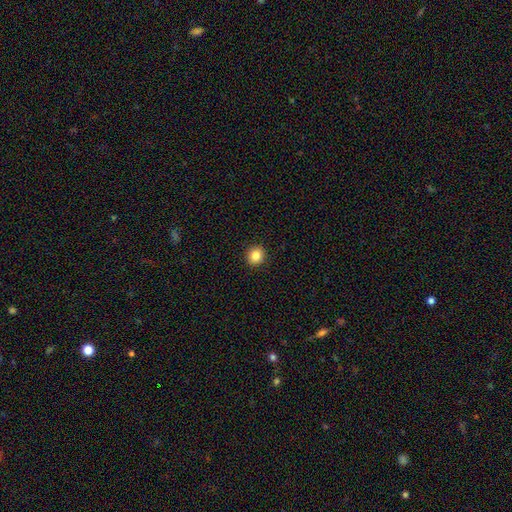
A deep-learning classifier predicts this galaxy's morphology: Overall: smooth (84%). How rounded: round (89%). Merging: none (93%).